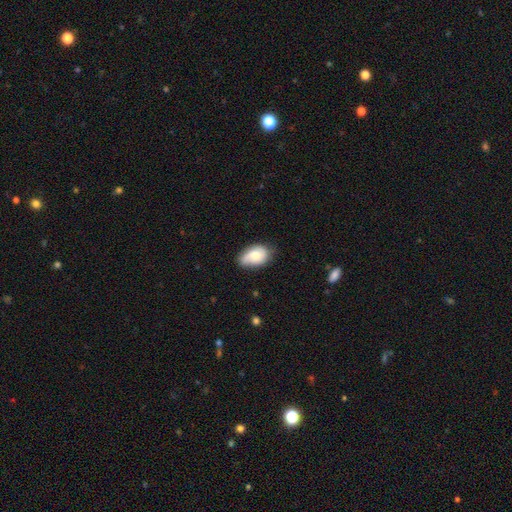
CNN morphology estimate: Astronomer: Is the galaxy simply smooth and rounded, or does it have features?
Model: smooth — 61%.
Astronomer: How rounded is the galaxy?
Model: in between — 87%.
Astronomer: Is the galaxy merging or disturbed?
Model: none — 61%.